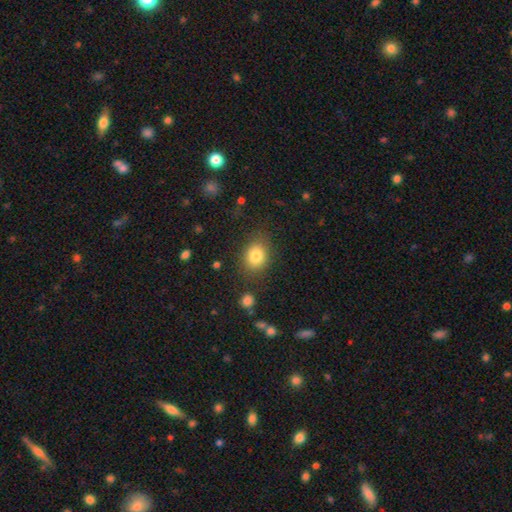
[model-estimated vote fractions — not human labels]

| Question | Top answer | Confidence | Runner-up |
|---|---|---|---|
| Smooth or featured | smooth | 82% | star or artifact (10%) |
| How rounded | in between | 50% | round (49%) |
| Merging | none | 79% | minor disturbance (14%) |